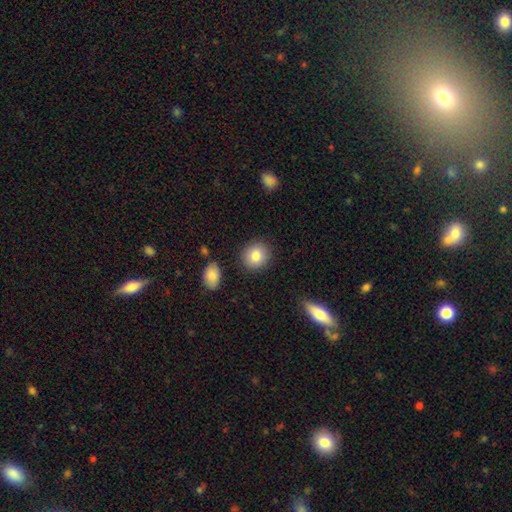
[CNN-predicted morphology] Smooth or featured?
  - smooth: 84% *
  - star or artifact: 8%
  - featured or disk: 8%
How rounded?
  - round: 83% *
  - in between: 16%
  - cigar-shaped: 1%
Merging?
  - none: 88% *
  - minor disturbance: 8%
  - major disturbance: 2%
  - merger: 2%